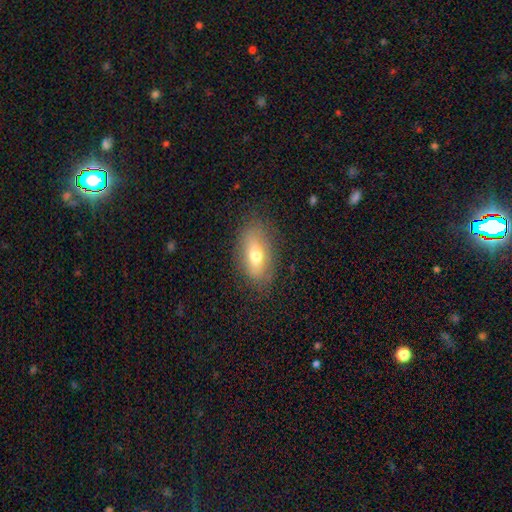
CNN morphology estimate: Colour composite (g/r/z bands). It shows a smooth galaxy with no disk features (64%) that is in between round and cigar-shaped (84%). Merging: none (80%).